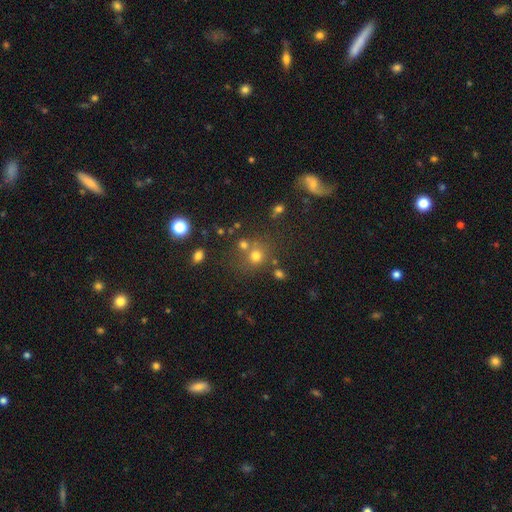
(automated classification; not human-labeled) Smooth or featured: smooth — 69% (star or artifact — 20%)
How rounded: round — 83% (in between — 16%)
Merging: none — 63% (merger — 21%)